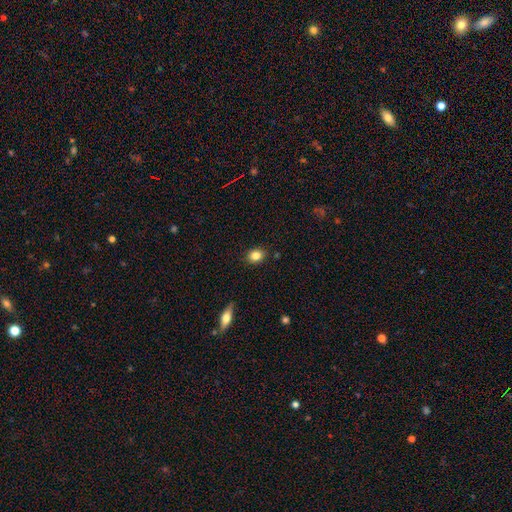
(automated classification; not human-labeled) A smooth galaxy with no disk features (84%) that is round (51%).

Vote fractions:
- Smooth or featured? smooth: 84% / star or artifact: 10% / featured or disk: 7%
- How rounded? round: 51% / in between: 48% / cigar-shaped: 2%
- Merging? none: 87% / minor disturbance: 9% / major disturbance: 2% / merger: 1%